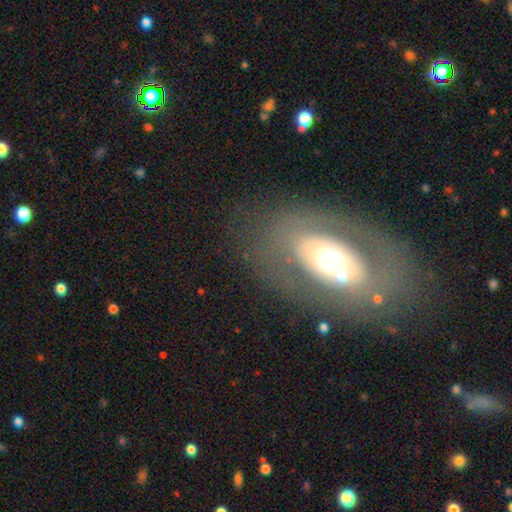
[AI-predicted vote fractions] Overall: featured or disk (57%; smooth 32%). Edge-on disk: no (90%). Bar: no (81%). Spiral arms: no (79%). Bulge size: moderate (48%; large 36%). Merging: none (76%).